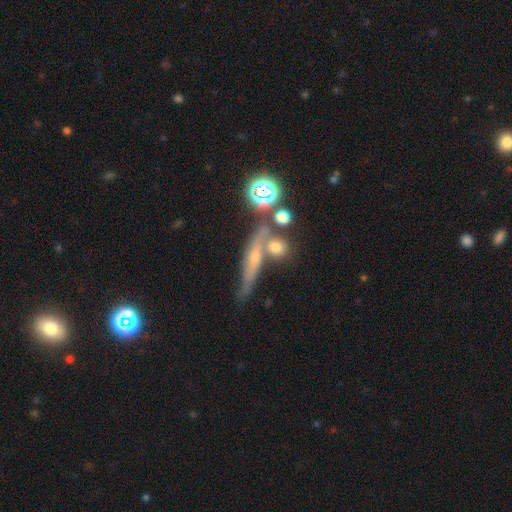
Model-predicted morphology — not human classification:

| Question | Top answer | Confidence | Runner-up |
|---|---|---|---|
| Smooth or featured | featured or disk | 50% | smooth (30%) |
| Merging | none | 56% | merger (20%) |